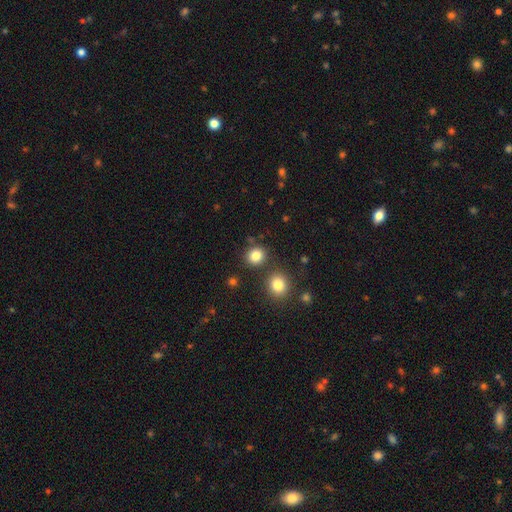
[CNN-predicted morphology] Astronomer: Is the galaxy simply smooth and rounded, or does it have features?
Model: smooth — 83%.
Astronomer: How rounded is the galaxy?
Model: round — 80%.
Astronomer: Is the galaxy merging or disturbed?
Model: none — 80%.